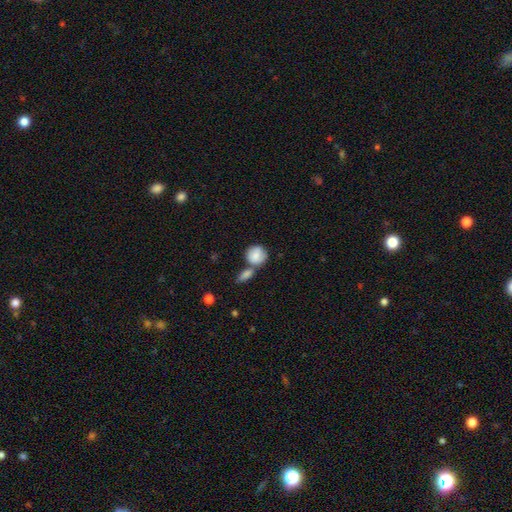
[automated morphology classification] Smooth or featured?
  - smooth: 81% *
  - featured or disk: 12%
  - star or artifact: 7%
How rounded?
  - round: 83% *
  - in between: 16%
  - cigar-shaped: 1%
Merging?
  - none: 44% *
  - merger: 38%
  - minor disturbance: 14%
  - major disturbance: 5%